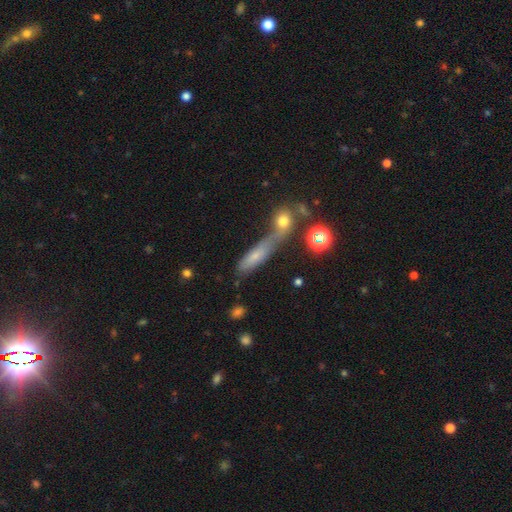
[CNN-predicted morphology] smooth_or_featured: smooth (p=0.62) [alt: featured or disk p=0.25]
how_rounded: cigar-shaped (p=0.55) [alt: in between p=0.39]
merging: merger (p=0.44) [alt: none p=0.35]